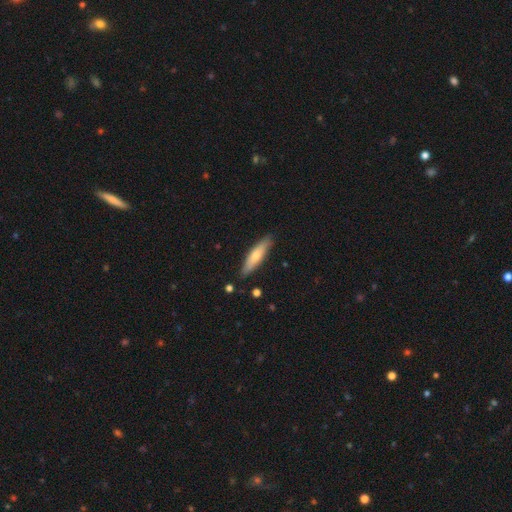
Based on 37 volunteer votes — Smooth or featured? 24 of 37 (65%) said smooth. How rounded? 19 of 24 (79%) said cigar-shaped. Merging? 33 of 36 (92%) said none.